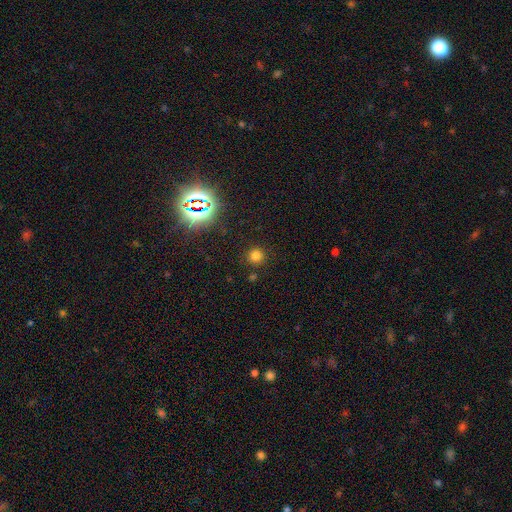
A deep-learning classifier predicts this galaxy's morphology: smooth_or_featured: smooth (p=0.73) [alt: star or artifact p=0.22]
how_rounded: round (p=0.93) [alt: in between p=0.06]
merging: none (p=0.87) [alt: minor disturbance p=0.07]